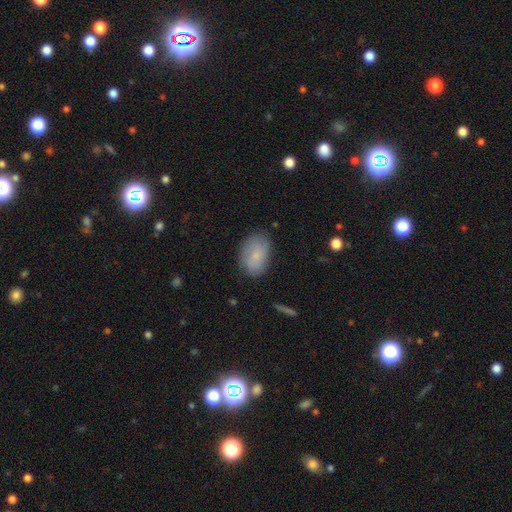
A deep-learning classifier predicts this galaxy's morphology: This appears to be a smooth galaxy with no disk features (77%) that is in between round and cigar-shaped (86%). Merging: none (77%).